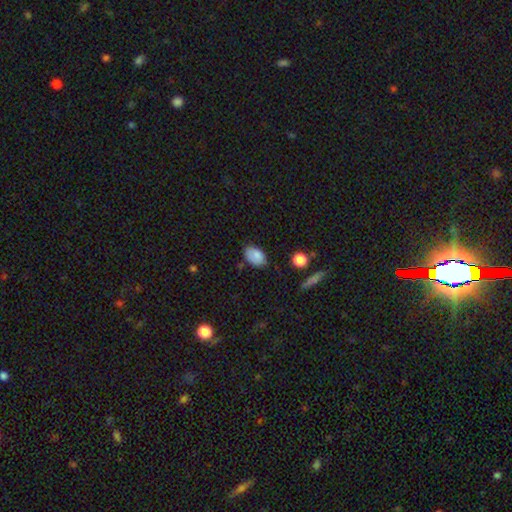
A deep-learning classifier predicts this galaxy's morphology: Smooth or featured? smooth (85%)
How rounded? in between (90%)
Merging? none (71%)